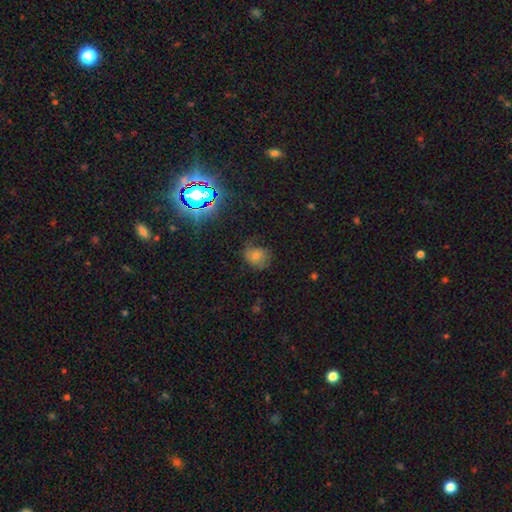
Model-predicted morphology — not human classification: Smooth or featured: smooth — 48% (star or artifact — 30%)
Merging: none — 65% (minor disturbance — 24%)